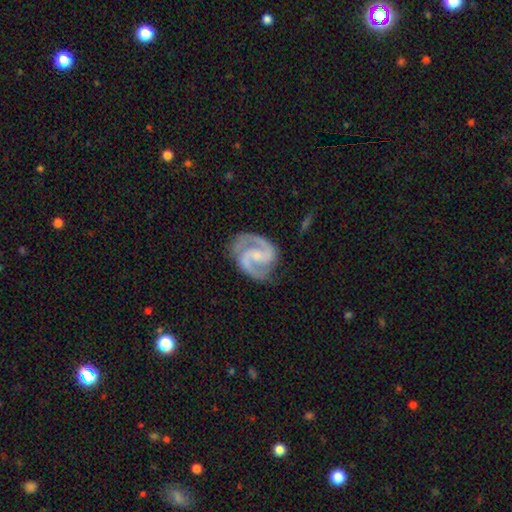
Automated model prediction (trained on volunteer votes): Smooth or featured?
  - featured or disk: 93% *
  - smooth: 4%
  - star or artifact: 4%
Edge-on disk?
  - no: 98% *
  - yes: 2%
Bar?
  - weak: 46% *
  - no: 36%
  - strong: 18%
Spiral arms?
  - yes: 98% *
  - no: 2%
Spiral winding?
  - medium: 60% *
  - tight: 30%
  - loose: 10%
Spiral arm count?
  - 2: 94% *
  - can't tell: 2%
  - 3: 1%
  - 1: 1%
  - 4: 1%
  - more than 4: 1%
Bulge size?
  - small: 56% *
  - moderate: 26%
  - none: 15%
  - large: 2%
  - dominant: 1%
Merging?
  - none: 81% *
  - minor disturbance: 14%
  - major disturbance: 4%
  - merger: 1%